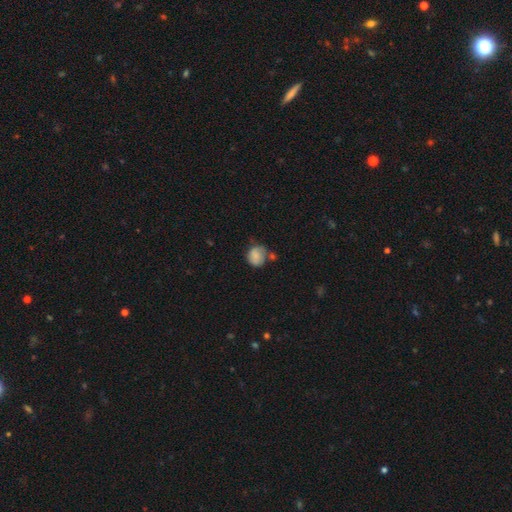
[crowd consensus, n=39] A smooth galaxy with no disk features (72%) that is round (79%). Merging: none (49%).